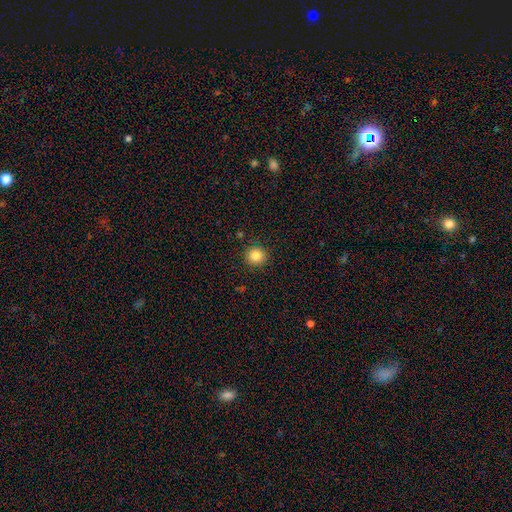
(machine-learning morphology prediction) Smooth or featured?
  - smooth: 84% *
  - star or artifact: 11%
  - featured or disk: 5%
How rounded?
  - round: 93% *
  - in between: 6%
  - cigar-shaped: 1%
Merging?
  - none: 91% *
  - minor disturbance: 6%
  - major disturbance: 2%
  - merger: 1%